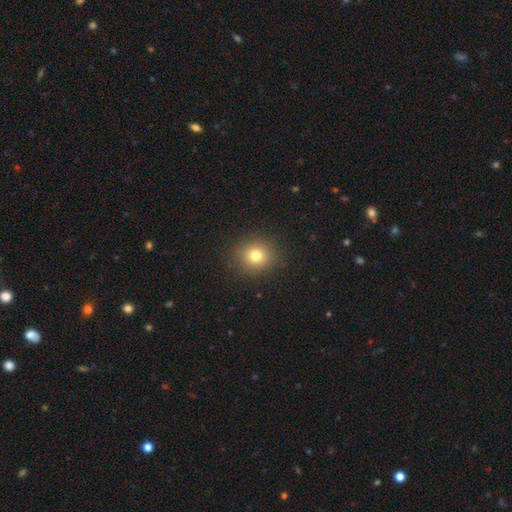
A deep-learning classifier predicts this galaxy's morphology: This appears to be a smooth galaxy with no disk features (78%) that is round (85%). Merging: none (90%).